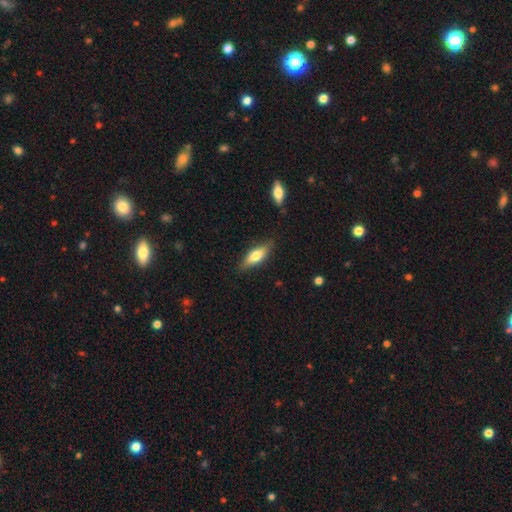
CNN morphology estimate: Overall: smooth (61%; featured or disk 33%). How rounded: in between (54%; cigar-shaped 43%). Merging: none (82%).